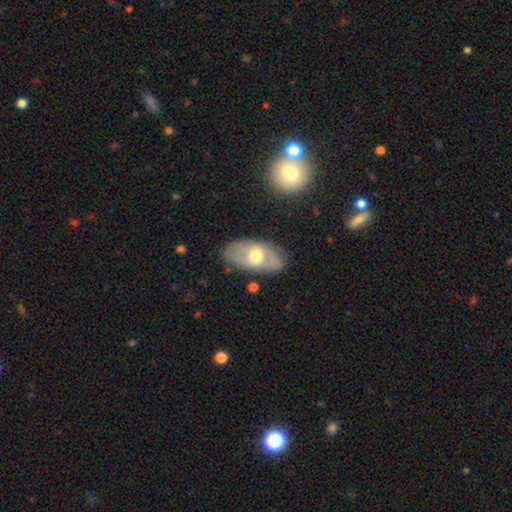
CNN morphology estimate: Smooth or featured? Predicted: featured or disk (p=0.47, tied with smooth). Merging? Predicted: none (p=0.78).